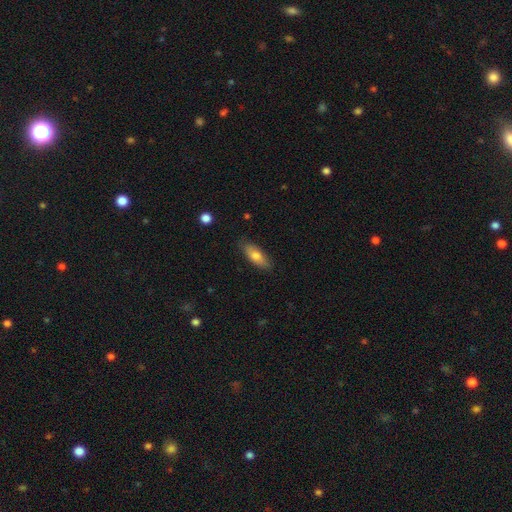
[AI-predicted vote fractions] Smooth or featured?
  - smooth: 73% *
  - featured or disk: 21%
  - star or artifact: 6%
How rounded?
  - in between: 68% *
  - cigar-shaped: 29%
  - round: 3%
Merging?
  - none: 84% *
  - minor disturbance: 13%
  - major disturbance: 2%
  - merger: 1%